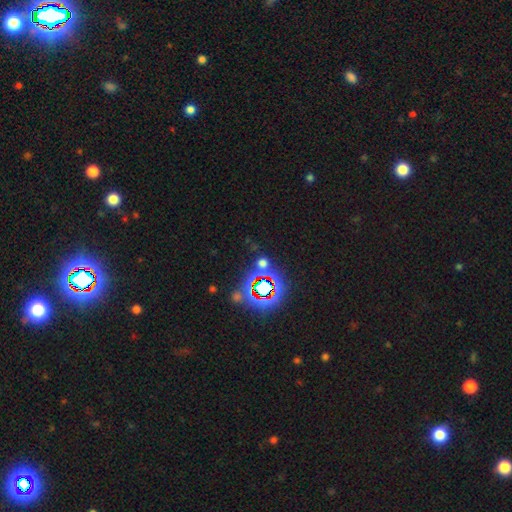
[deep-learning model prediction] Smooth or featured?
  - star or artifact: 73% *
  - smooth: 14%
  - featured or disk: 13%